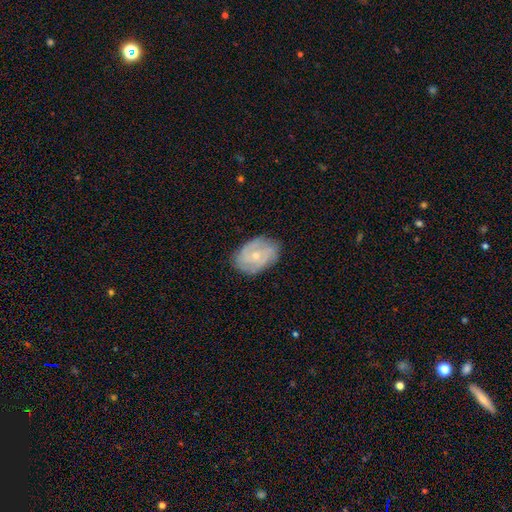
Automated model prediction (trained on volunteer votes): The model was most divided on "spiral arm count": can't tell: 33%, 2: 31%, 3: 21%, 4: 7%, 1: 4%, more than 4: 4%. More confident: edge-on disk — no (97%); spiral arms — yes (88%); merging — none (77%); bar — no (72%); smooth or featured — featured or disk (69%); bulge size — small (65%); spiral winding — tight (55%).